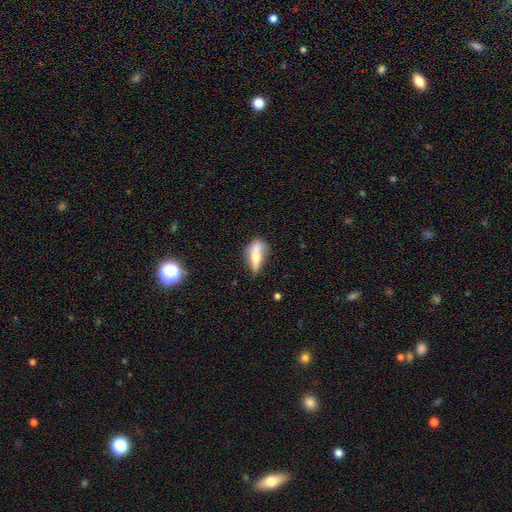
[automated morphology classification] Smooth or featured?
  - smooth: 55% *
  - featured or disk: 37%
  - star or artifact: 8%
How rounded?
  - in between: 61% *
  - cigar-shaped: 34%
  - round: 5%
Merging?
  - none: 42% *
  - minor disturbance: 27%
  - merger: 16%
  - major disturbance: 15%